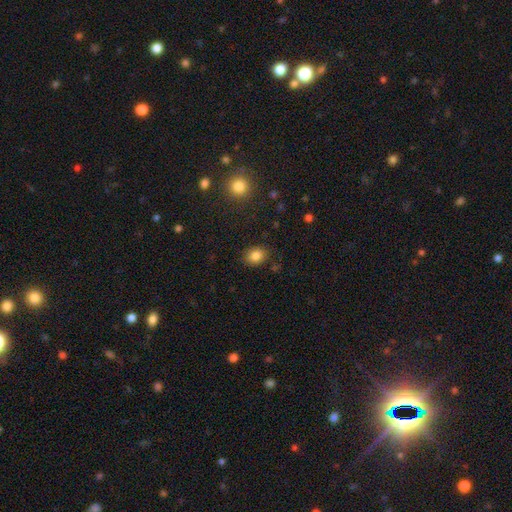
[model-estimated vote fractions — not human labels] Smooth or featured? smooth (84%)
How rounded? in between (56%)
Merging? none (86%)